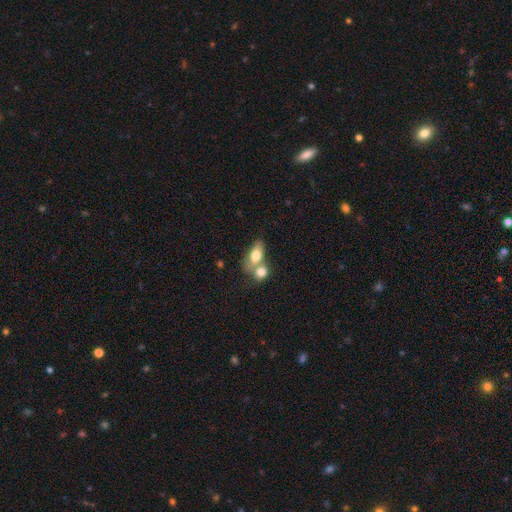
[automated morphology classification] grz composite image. It shows a smooth galaxy with no disk features (74%) that is in between round and cigar-shaped (82%). Merging: merger (63%).